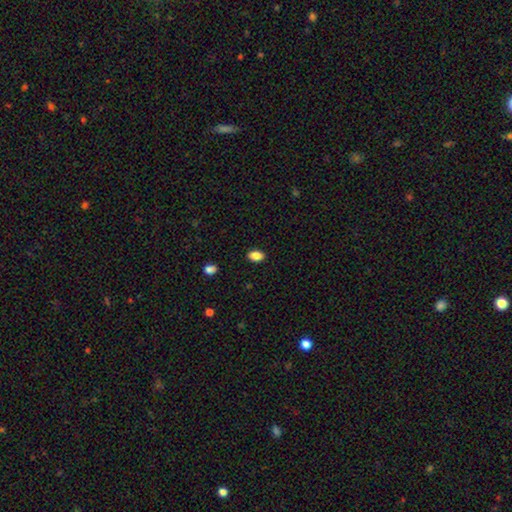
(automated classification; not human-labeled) A smooth galaxy with no disk features (87%) that is in between round and cigar-shaped (88%). Merging: none (88%).